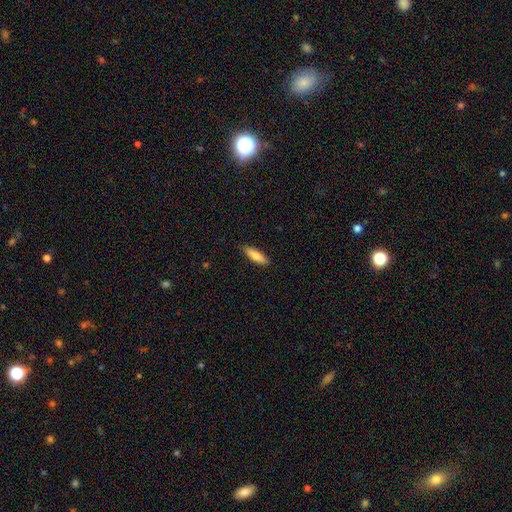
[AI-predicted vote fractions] The model was most divided on "how rounded": cigar-shaped: 65%, in between: 33%, round: 2%. More confident: merging — none (87%); smooth or featured — smooth (78%).